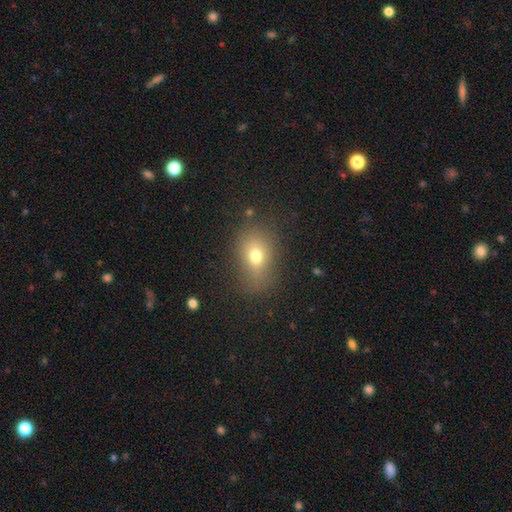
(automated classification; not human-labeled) smooth-or-featured: smooth: 71% | star or artifact: 15% | featured or disk: 14%
  how-rounded: in between: 67% | round: 32% | cigar-shaped: 2%
  merging: none: 70% | minor disturbance: 18% | major disturbance: 9% | merger: 2%